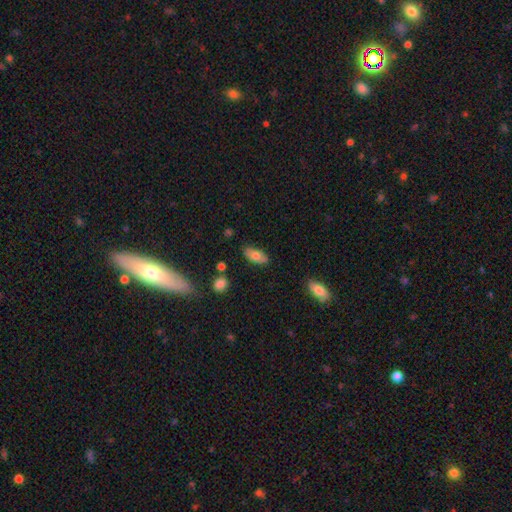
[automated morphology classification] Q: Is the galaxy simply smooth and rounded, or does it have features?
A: smooth — 73%.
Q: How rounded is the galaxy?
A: in between — 89%.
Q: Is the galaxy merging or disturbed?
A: none — 83%.